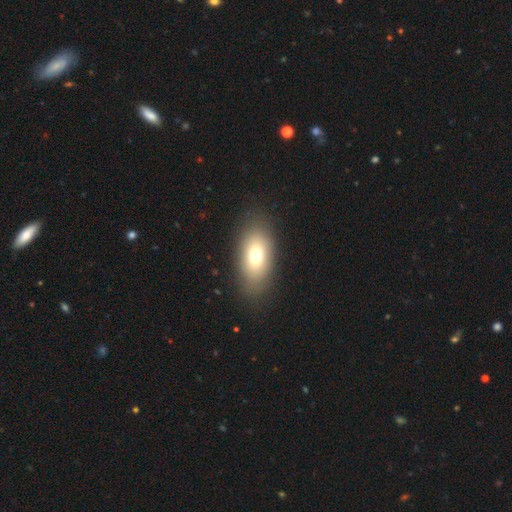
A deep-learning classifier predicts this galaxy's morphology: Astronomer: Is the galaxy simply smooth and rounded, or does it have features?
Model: smooth — 72%.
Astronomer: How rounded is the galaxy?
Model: in between — 87%.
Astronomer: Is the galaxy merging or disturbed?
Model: none — 83%.